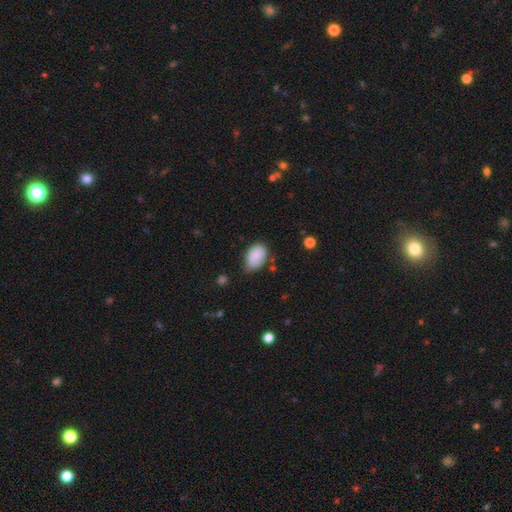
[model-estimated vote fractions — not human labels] Smooth or featured? smooth (85%)
How rounded? in between (87%)
Merging? none (54%)